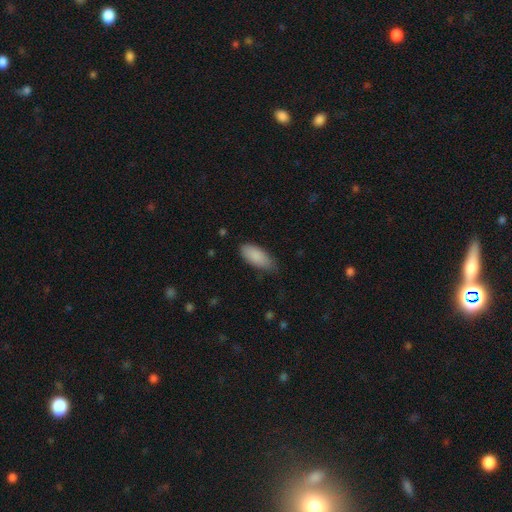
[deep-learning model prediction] This appears to be a smooth galaxy with no disk features (88%) that is in between round and cigar-shaped (87%). Merging: none (66%).